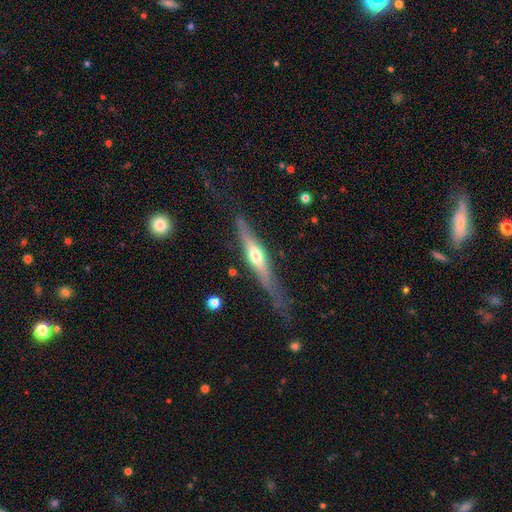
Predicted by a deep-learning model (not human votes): Smooth or featured: featured or disk — 67% (smooth — 28%)
Edge-on disk: yes — 94% (no — 6%)
Edge-on bulge: rounded — 86% (boxy — 7%)
Merging: none — 72% (minor disturbance — 20%)